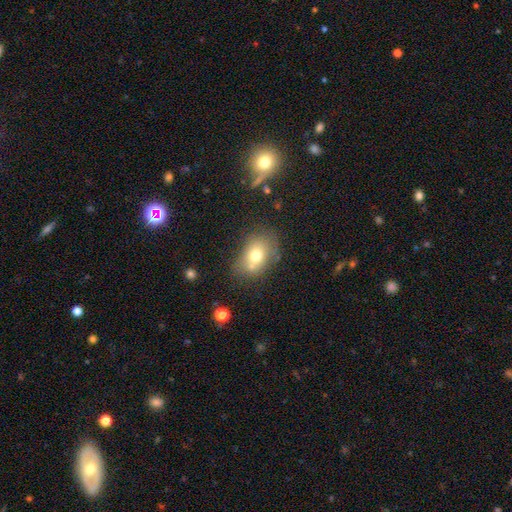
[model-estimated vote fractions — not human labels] A smooth galaxy with no disk features (70%) that is in between round and cigar-shaped (69%).

Vote fractions:
- Smooth or featured? smooth: 70% / featured or disk: 19% / star or artifact: 11%
- How rounded? in between: 69% / round: 30% / cigar-shaped: 1%
- Merging? none: 54% / minor disturbance: 21% / merger: 17% / major disturbance: 7%